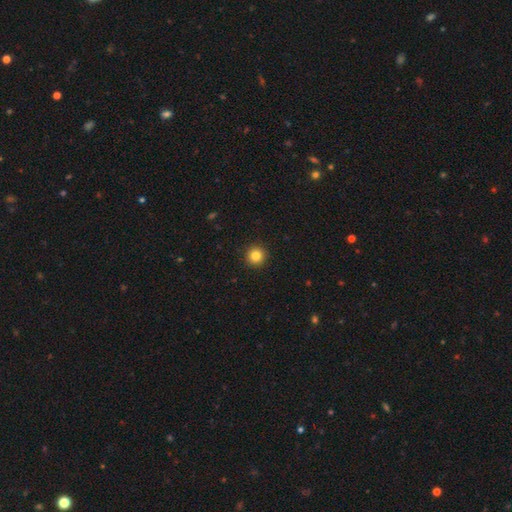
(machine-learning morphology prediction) This appears to be a smooth galaxy with no disk features (84%) that is round (95%). Merging: none (93%).